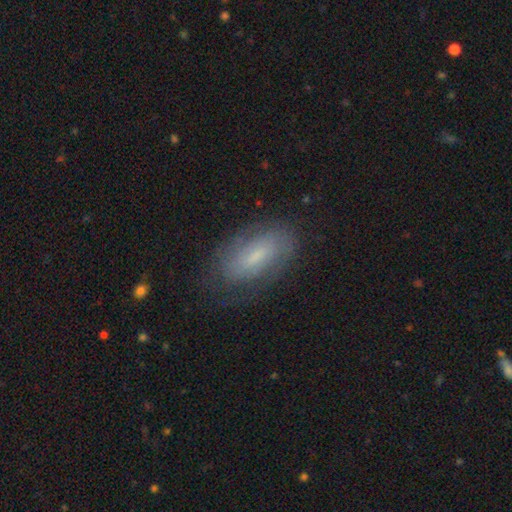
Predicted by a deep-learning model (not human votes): This appears to be a featured or disk galaxy (50%). Merging: none (74%).